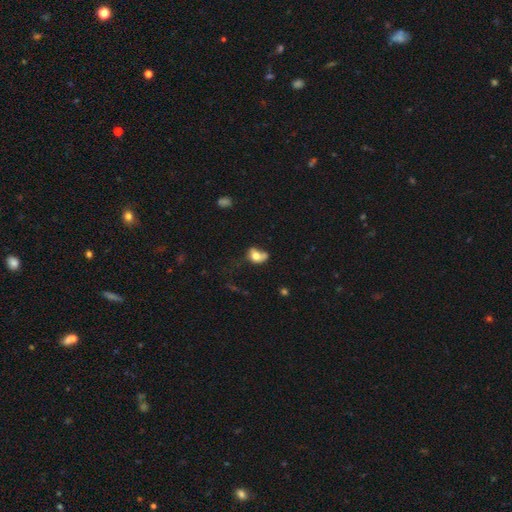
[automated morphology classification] This is likely a smooth galaxy (68%). How rounded: likely in between (62%). Merging: marginally none (29%).